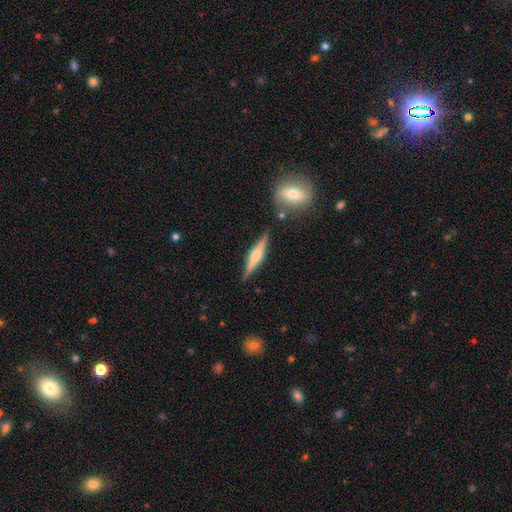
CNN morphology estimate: Smooth or featured: featured or disk — 63% (smooth — 31%)
Edge-on disk: yes — 97% (no — 3%)
Edge-on bulge: rounded — 76% (boxy — 17%)
Merging: none — 84% (minor disturbance — 10%)